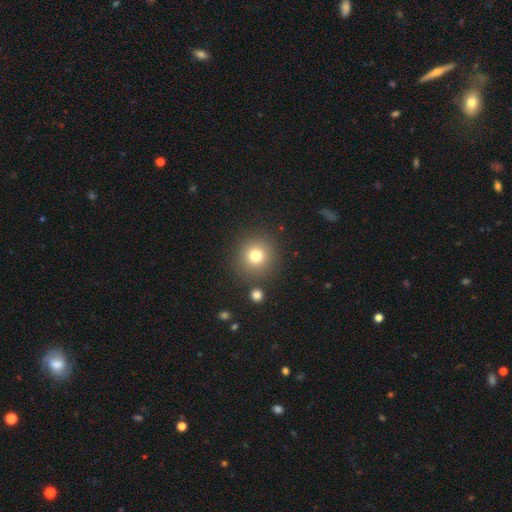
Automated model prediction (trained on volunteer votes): Smooth or featured: smooth — 77% (star or artifact — 14%)
How rounded: round — 93% (in between — 6%)
Merging: none — 86% (minor disturbance — 7%)